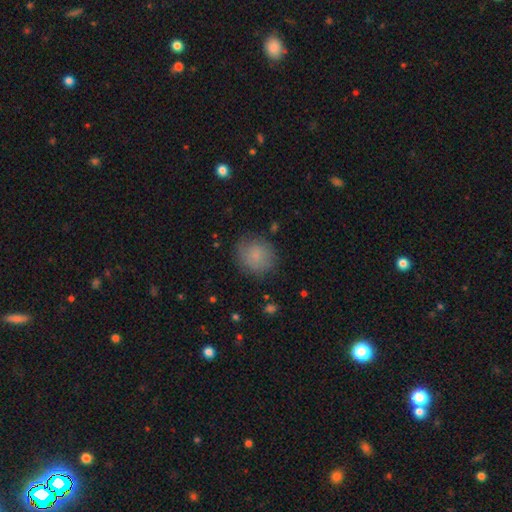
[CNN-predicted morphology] The model was most divided on "merging": none: 76%, minor disturbance: 17%, major disturbance: 5%, merger: 1%. More confident: how rounded — round (85%); smooth or featured — smooth (79%).